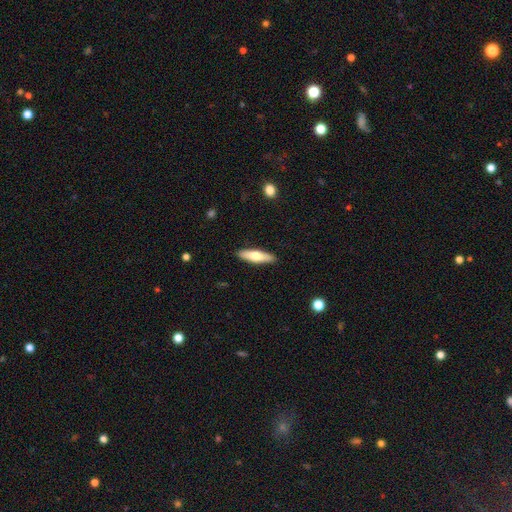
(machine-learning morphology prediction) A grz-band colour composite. It shows a smooth galaxy with no disk features (60%) that is cigar-shaped (62%). Merging: none (90%).